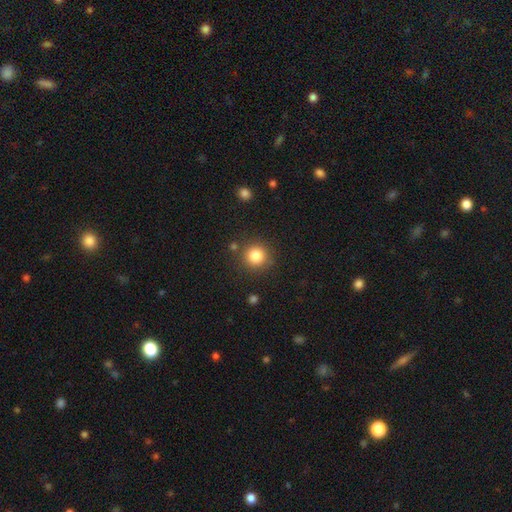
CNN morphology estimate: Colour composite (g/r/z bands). It shows a smooth galaxy with no disk features (83%) that is round (93%). Merging: none (85%).